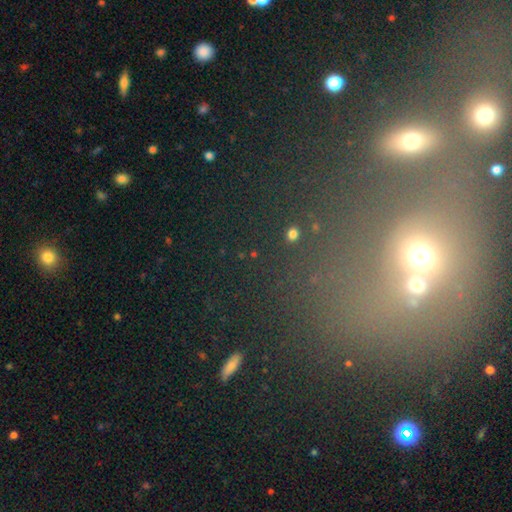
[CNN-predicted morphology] Smooth or featured? star or artifact (46%)